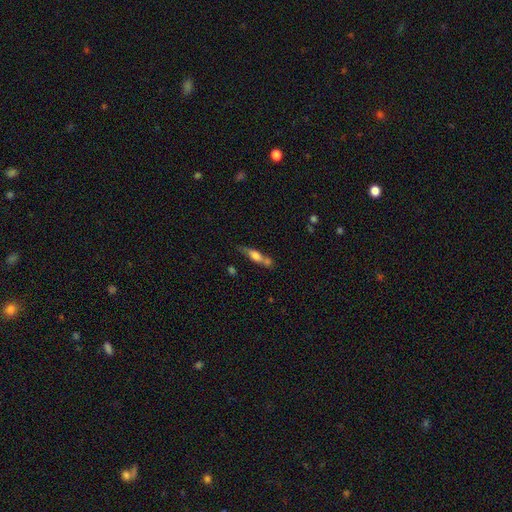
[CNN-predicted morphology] Smooth or featured?
  - smooth: 50% *
  - featured or disk: 42%
  - star or artifact: 8%
How rounded?
  - cigar-shaped: 69% *
  - in between: 27%
  - round: 4%
Merging?
  - none: 50% *
  - merger: 27%
  - minor disturbance: 17%
  - major disturbance: 7%